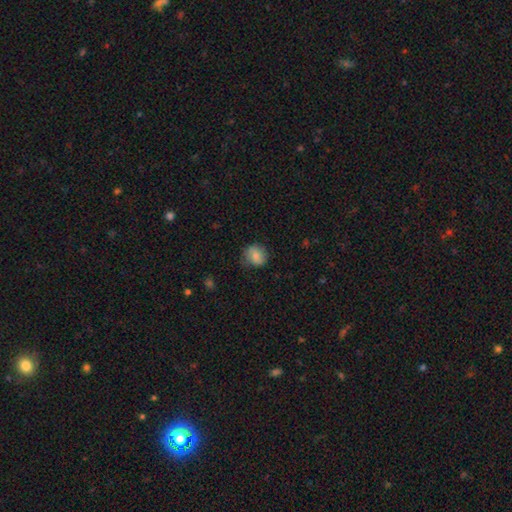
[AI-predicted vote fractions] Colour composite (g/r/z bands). It shows a smooth galaxy with no disk features (78%) that is round (76%). Merging: none (74%).